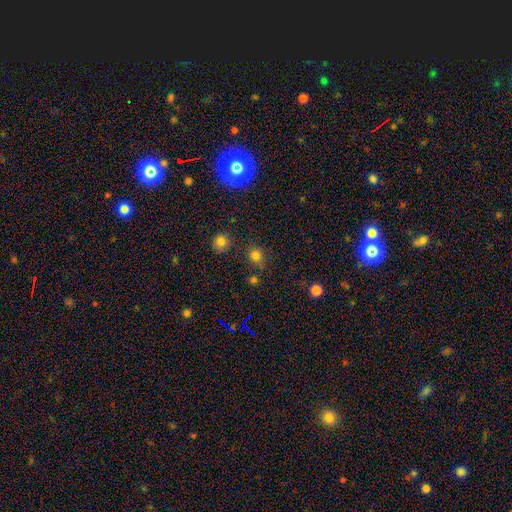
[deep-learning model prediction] This is likely a smooth galaxy (75%). How rounded: likely round (78%). Merging: likely none (76%).